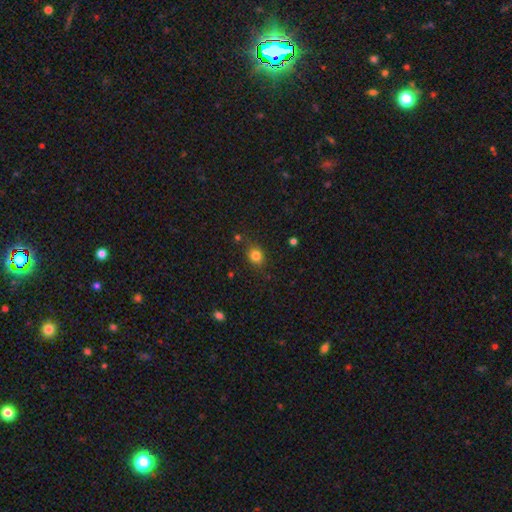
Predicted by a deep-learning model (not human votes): This is clearly a smooth galaxy (81%). How rounded: likely round (64%). Merging: clearly none (80%).